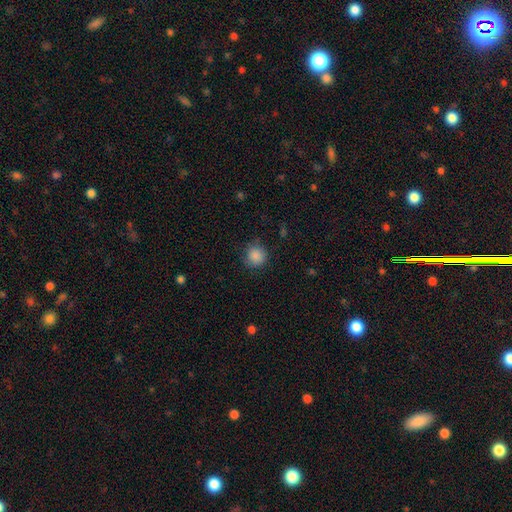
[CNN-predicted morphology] Q: Smooth or featured?
A: smooth (87%); runner-up: star or artifact (9%)
Q: How rounded?
A: round (90%); runner-up: in between (9%)
Q: Merging?
A: none (81%); runner-up: minor disturbance (14%)